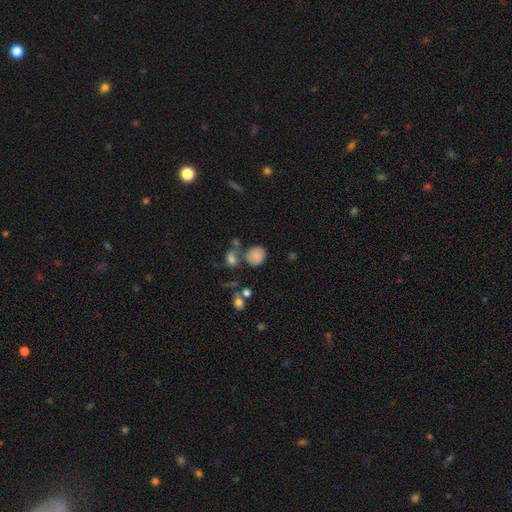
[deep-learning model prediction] Overall: smooth (82%). How rounded: round (69%). Merging: none (63%).